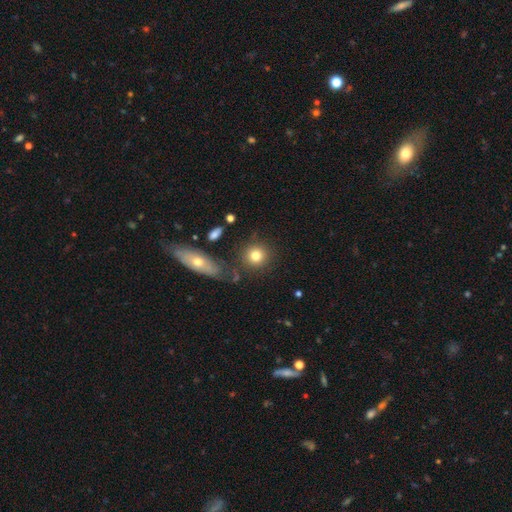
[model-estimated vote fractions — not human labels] This is likely a smooth galaxy (78%). How rounded: clearly round (89%). Merging: likely none (79%).